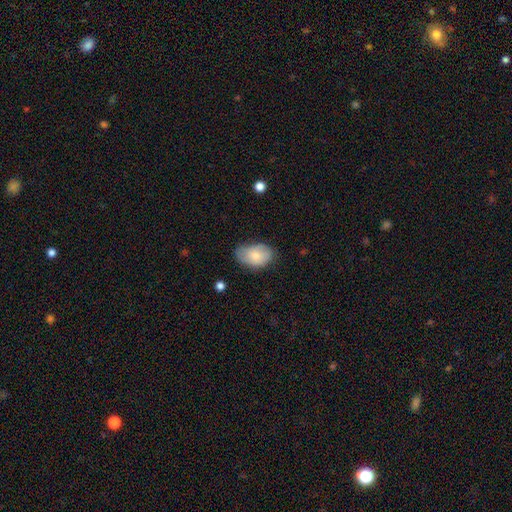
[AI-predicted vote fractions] Overall: smooth (76%). How rounded: in between (87%). Merging: none (57%; minor disturbance 33%).